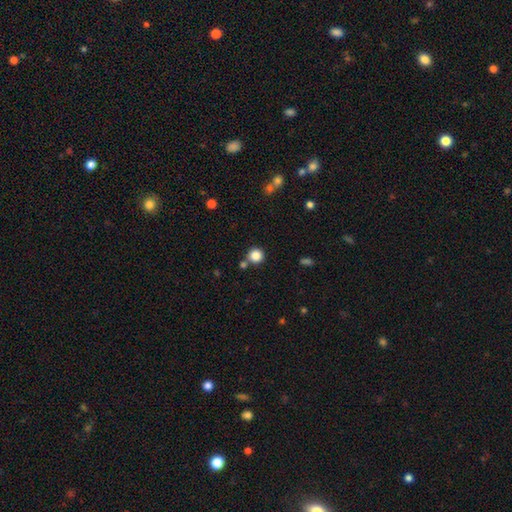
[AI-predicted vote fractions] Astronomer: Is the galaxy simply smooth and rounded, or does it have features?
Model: smooth — 85%.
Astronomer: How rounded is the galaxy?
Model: round — 94%.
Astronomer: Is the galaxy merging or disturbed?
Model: none — 78%.